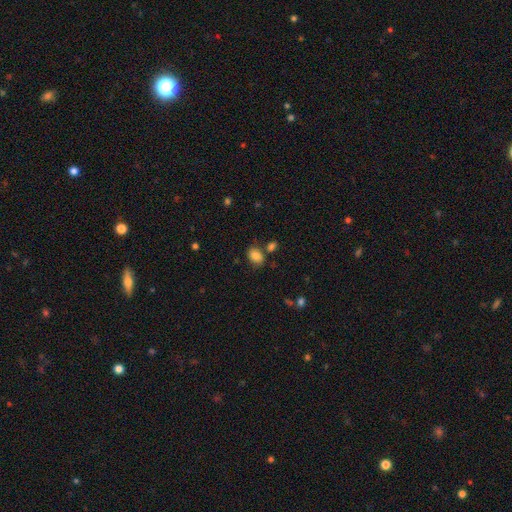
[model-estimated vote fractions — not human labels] Overall: smooth (84%). How rounded: in between (75%). Merging: none (69%).